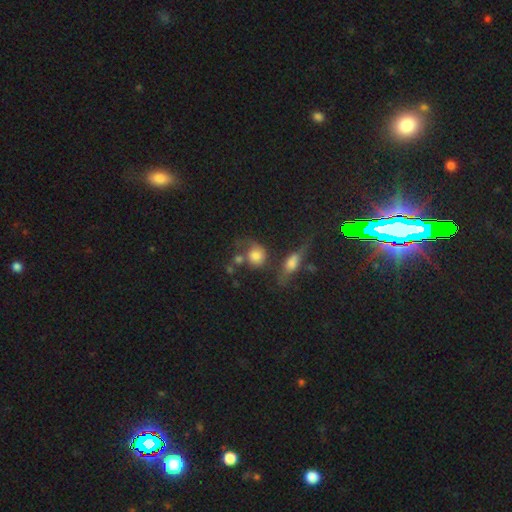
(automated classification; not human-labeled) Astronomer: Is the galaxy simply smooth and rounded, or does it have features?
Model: smooth — 71%.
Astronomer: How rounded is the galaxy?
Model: round — 73%.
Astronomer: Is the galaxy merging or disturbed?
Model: none — 40% (runner-up: merger, 27%).